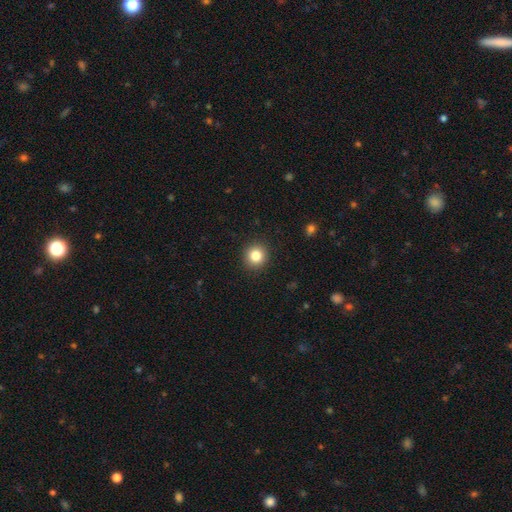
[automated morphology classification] Smooth or featured: smooth — 83% (star or artifact — 11%)
How rounded: round — 92% (in between — 7%)
Merging: none — 92% (minor disturbance — 5%)